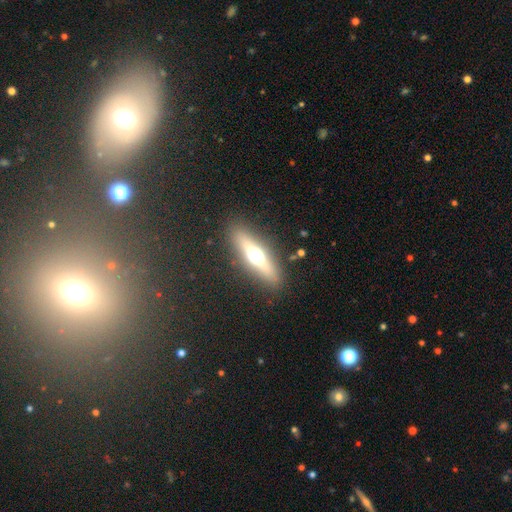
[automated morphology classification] Smooth or featured: featured or disk — 54% (smooth — 36%)
Edge-on disk: yes — 86% (no — 14%)
Merging: none — 87% (minor disturbance — 8%)